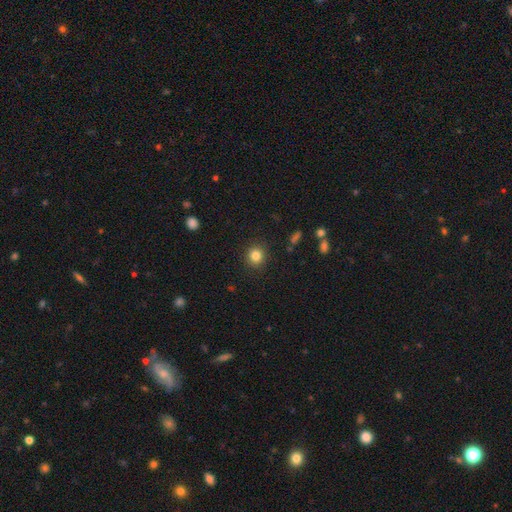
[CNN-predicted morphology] Overall: smooth (83%). How rounded: round (88%). Merging: none (90%).